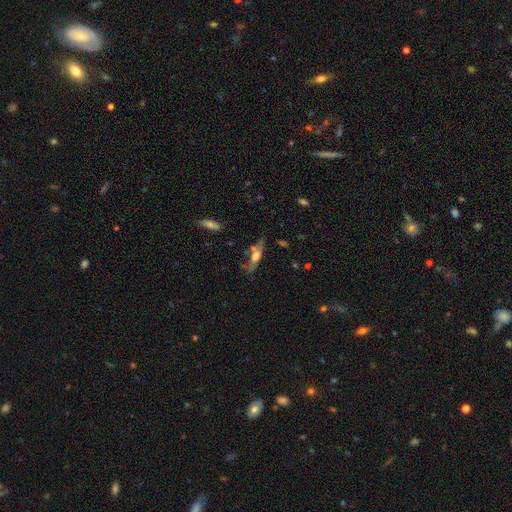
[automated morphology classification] Q: Smooth or featured?
A: featured or disk (53%); runner-up: smooth (39%)
Q: Edge-on disk?
A: yes (73%); runner-up: no (27%)
Q: Merging?
A: none (59%); runner-up: minor disturbance (23%)